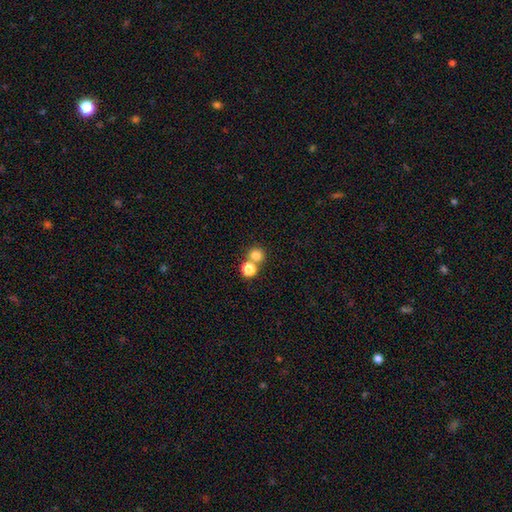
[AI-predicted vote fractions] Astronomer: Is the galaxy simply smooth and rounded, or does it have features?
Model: smooth — 80%.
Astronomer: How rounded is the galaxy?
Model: round — 89%.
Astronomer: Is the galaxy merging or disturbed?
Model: none — 55% (runner-up: merger, 37%).